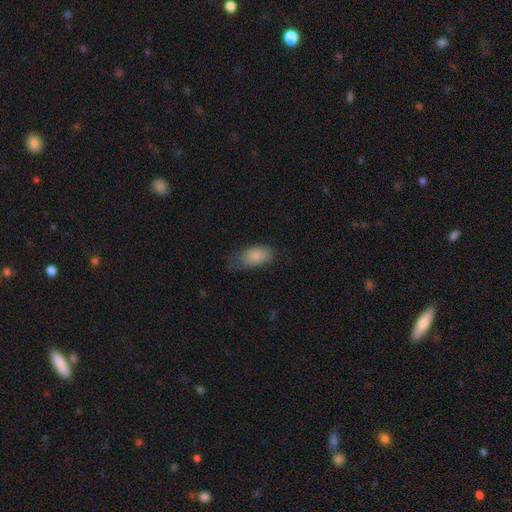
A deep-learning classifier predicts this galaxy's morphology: Q: Smooth or featured?
A: smooth (82%); runner-up: featured or disk (11%)
Q: How rounded?
A: in between (92%); runner-up: round (4%)
Q: Merging?
A: none (47%); runner-up: minor disturbance (37%)